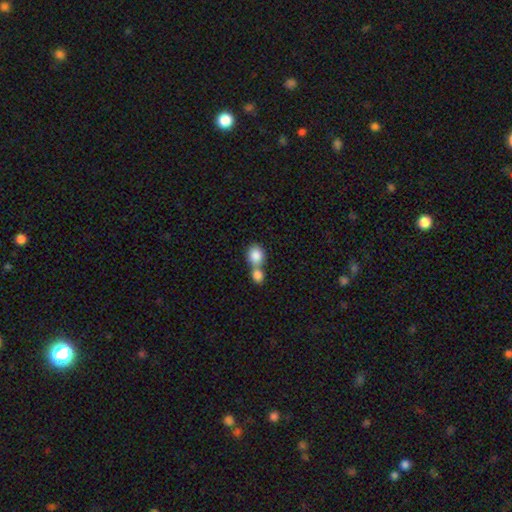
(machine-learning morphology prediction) A smooth galaxy with no disk features (85%) that is round (67%). Merging: merger (62%).